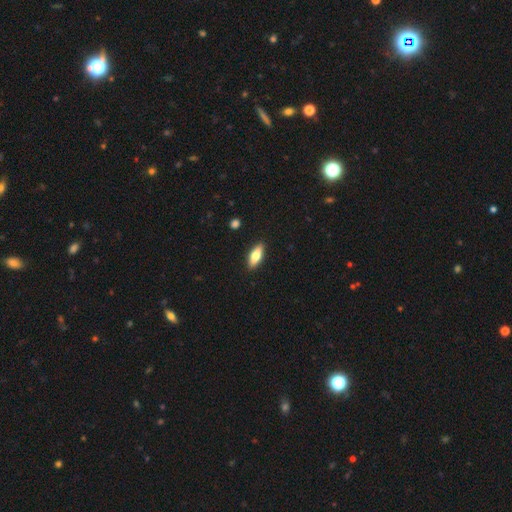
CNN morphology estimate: A smooth galaxy with no disk features (69%) that is in between round and cigar-shaped (70%).

Vote fractions:
- Smooth or featured? smooth: 69% / featured or disk: 25% / star or artifact: 6%
- How rounded? in between: 70% / cigar-shaped: 27% / round: 3%
- Merging? none: 89% / minor disturbance: 8% / major disturbance: 2% / merger: 1%